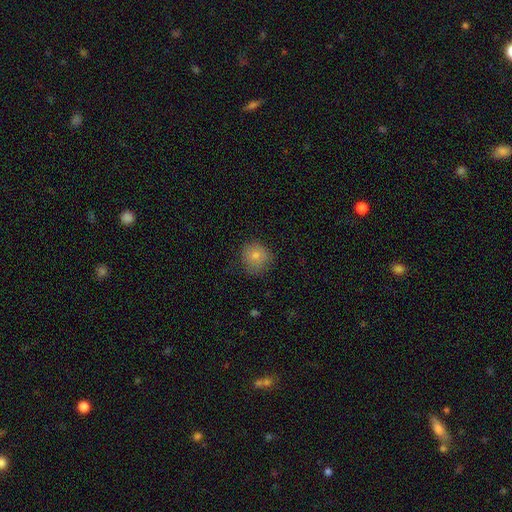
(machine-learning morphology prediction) smooth_or_featured: smooth (p=0.79) [alt: featured or disk p=0.11]
how_rounded: round (p=0.85) [alt: in between p=0.15]
merging: none (p=0.70) [alt: minor disturbance p=0.22]